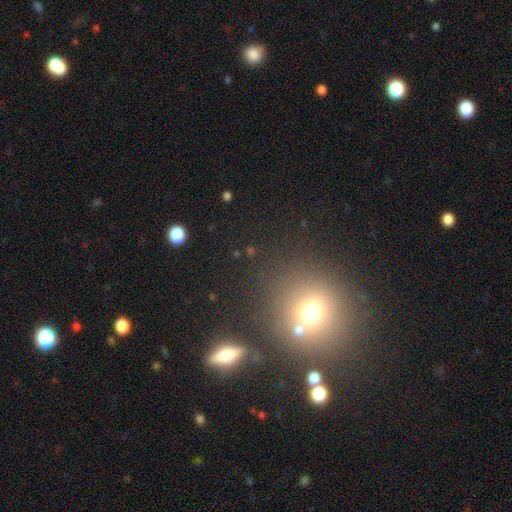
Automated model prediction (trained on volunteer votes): The model was most divided on "smooth or featured": smooth: 49%, star or artifact: 38%, featured or disk: 13%. More confident: merging — none (77%).